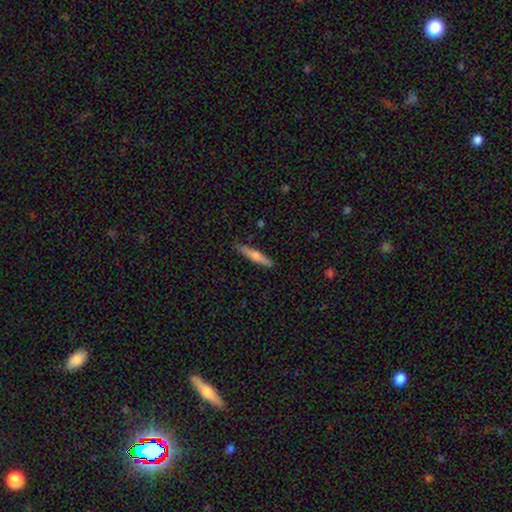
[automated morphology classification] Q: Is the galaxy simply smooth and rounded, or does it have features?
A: smooth — 54%.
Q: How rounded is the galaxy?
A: cigar-shaped — 91%.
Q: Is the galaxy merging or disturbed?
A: none — 88%.